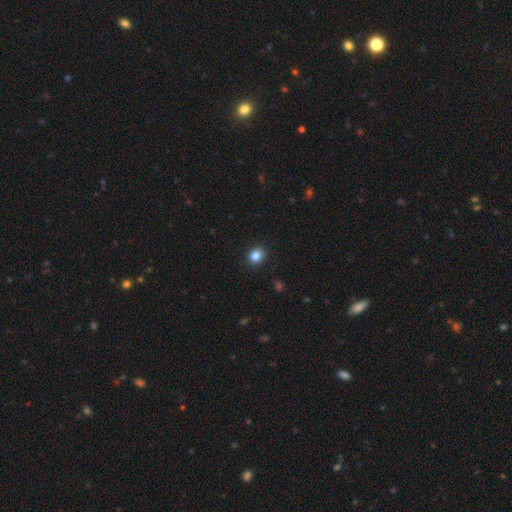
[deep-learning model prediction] smooth 85%, star or artifact 10%, featured or disk 5%. Down the decision tree: how rounded — round (63%); merging — none (91%).